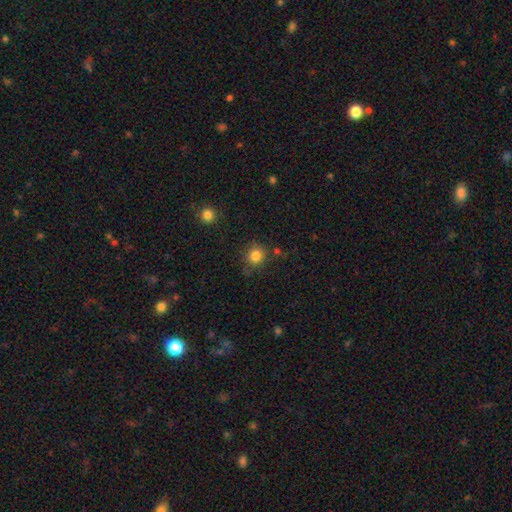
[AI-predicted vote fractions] Q: Smooth or featured?
A: smooth (83%); runner-up: star or artifact (11%)
Q: How rounded?
A: round (89%); runner-up: in between (10%)
Q: Merging?
A: none (82%); runner-up: minor disturbance (11%)